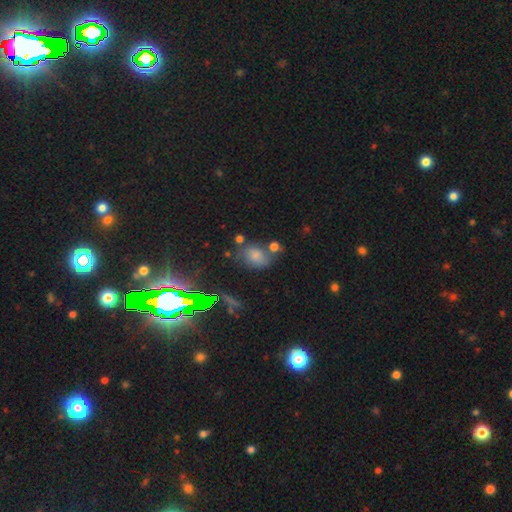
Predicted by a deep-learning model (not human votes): A smooth galaxy with no disk features (68%) that is in between round and cigar-shaped (70%). Merging: none (56%).